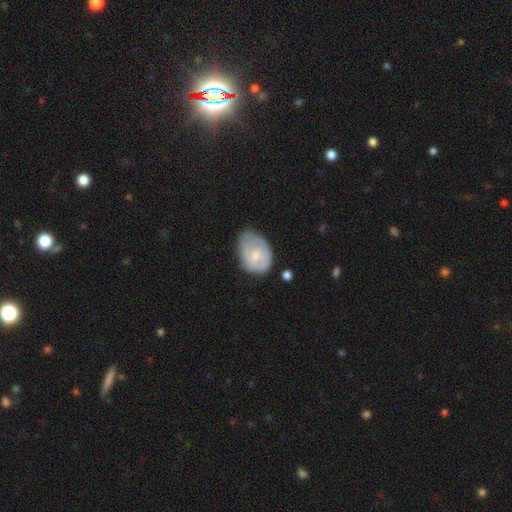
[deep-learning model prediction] Smooth or featured?
  - featured or disk: 48% *
  - smooth: 46%
  - star or artifact: 6%
Merging?
  - none: 50% *
  - minor disturbance: 35%
  - major disturbance: 13%
  - merger: 2%